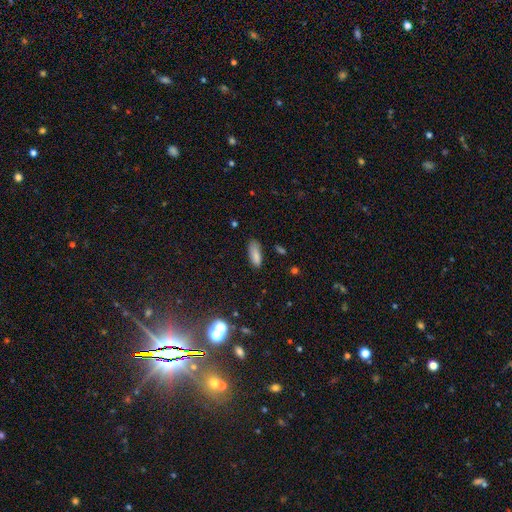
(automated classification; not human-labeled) A smooth galaxy with no disk features (83%) that is in between round and cigar-shaped (72%).

Vote fractions:
- Smooth or featured? smooth: 83% / star or artifact: 10% / featured or disk: 7%
- How rounded? in between: 72% / cigar-shaped: 25% / round: 2%
- Merging? none: 69% / minor disturbance: 23% / major disturbance: 5% / merger: 2%